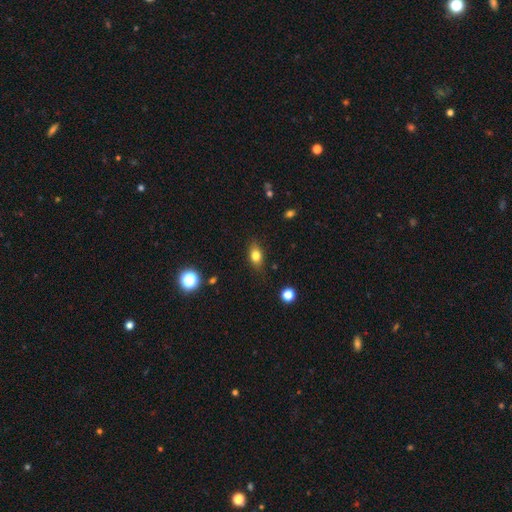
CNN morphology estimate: A smooth galaxy with no disk features (78%) that is in between round and cigar-shaped (77%).

Vote fractions:
- Smooth or featured? smooth: 78% / featured or disk: 12% / star or artifact: 11%
- How rounded? in between: 77% / round: 18% / cigar-shaped: 5%
- Merging? none: 81% / minor disturbance: 14% / major disturbance: 3% / merger: 1%